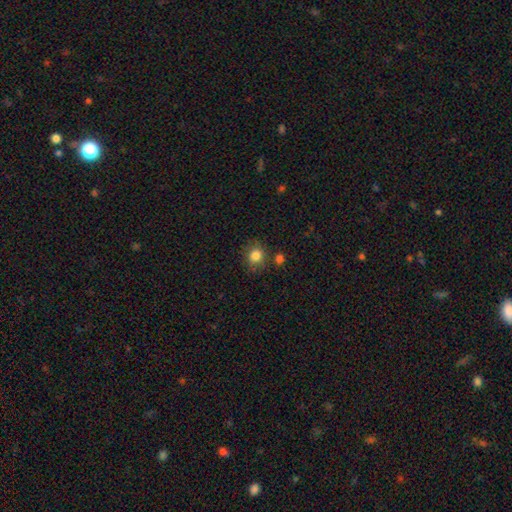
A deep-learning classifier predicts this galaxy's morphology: Overall: smooth (84%). How rounded: round (78%). Merging: none (77%).